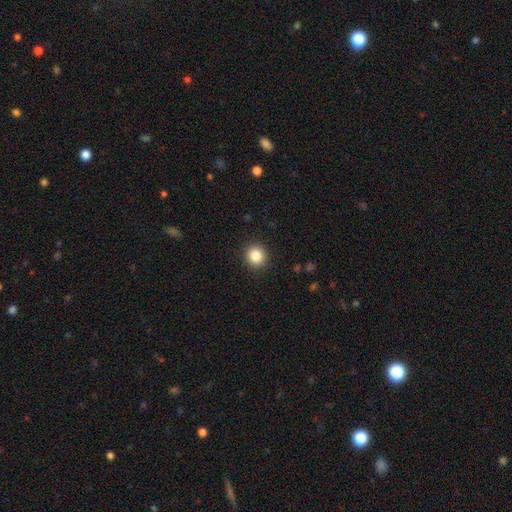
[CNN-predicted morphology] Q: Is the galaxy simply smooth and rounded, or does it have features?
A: smooth — 85%.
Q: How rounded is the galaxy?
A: round — 88%.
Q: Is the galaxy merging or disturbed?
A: none — 92%.